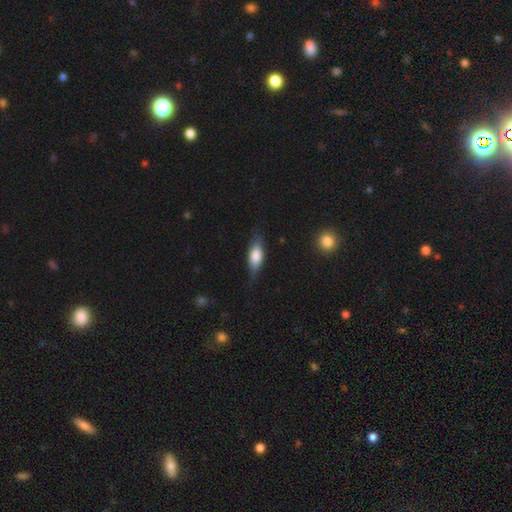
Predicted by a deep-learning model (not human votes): Smooth or featured? Predicted: smooth (p=0.67). How rounded? Predicted: in between (p=0.70). Merging? Predicted: none (p=0.74).